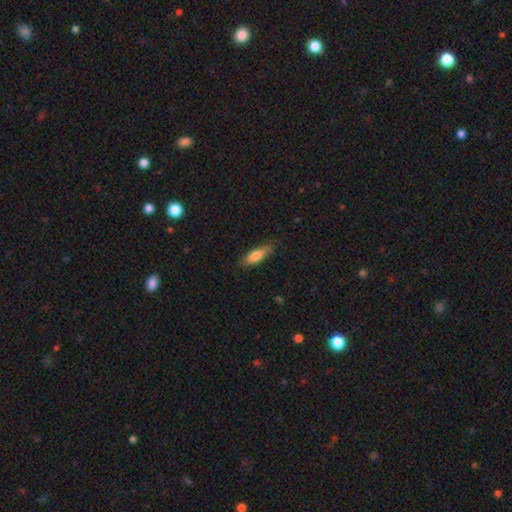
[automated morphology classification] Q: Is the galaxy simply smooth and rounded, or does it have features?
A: smooth — 77%.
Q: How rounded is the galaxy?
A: in between — 52%.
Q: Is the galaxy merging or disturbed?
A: none — 79%.